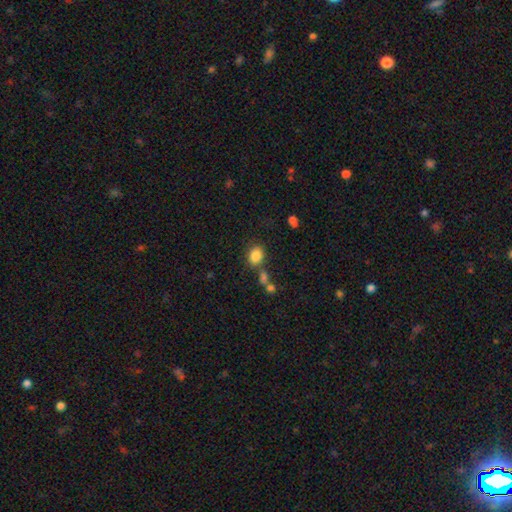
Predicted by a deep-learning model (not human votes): Smooth or featured? smooth (84%)
How rounded? in between (58%)
Merging? none (67%)